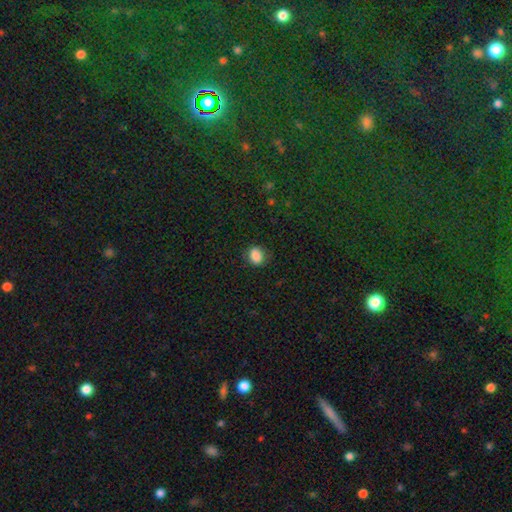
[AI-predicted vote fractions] A smooth galaxy with no disk features (86%) that is in between round and cigar-shaped (53%).

Vote fractions:
- Smooth or featured? smooth: 86% / star or artifact: 9% / featured or disk: 5%
- How rounded? in between: 53% / round: 46% / cigar-shaped: 1%
- Merging? none: 79% / minor disturbance: 15% / major disturbance: 4% / merger: 1%